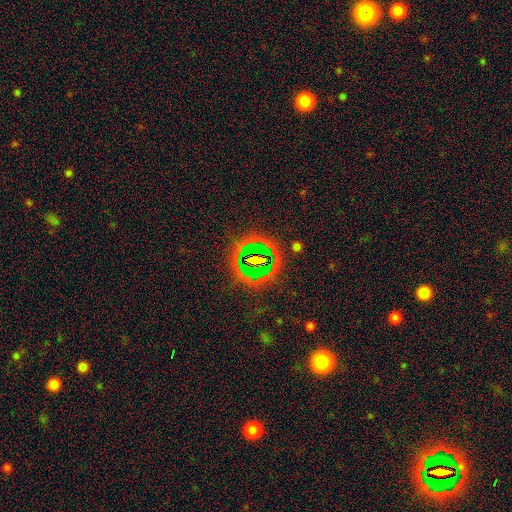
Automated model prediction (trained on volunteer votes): Morphology: type=star or artifact (72%).